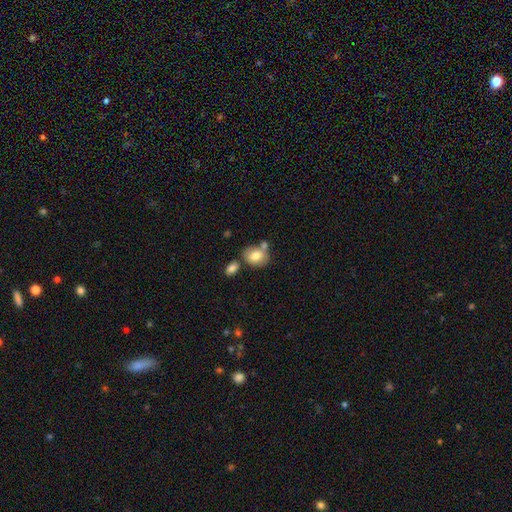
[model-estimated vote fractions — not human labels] Smooth or featured? Predicted: smooth (p=0.78). How rounded? Predicted: in between (p=0.59). Merging? Predicted: none (p=0.54).